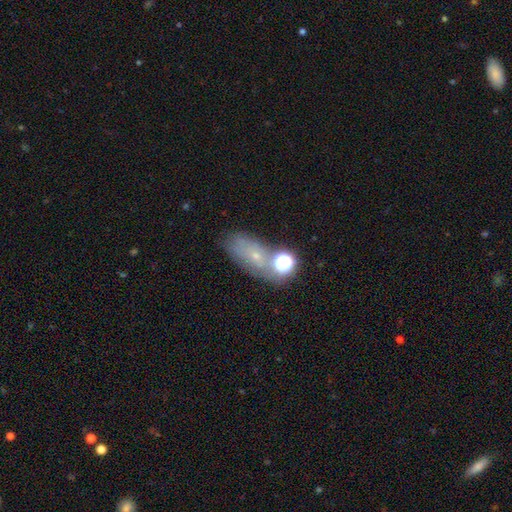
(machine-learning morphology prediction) Overall: smooth (46%; featured or disk 28%). Merging: none (57%; minor disturbance 18%).